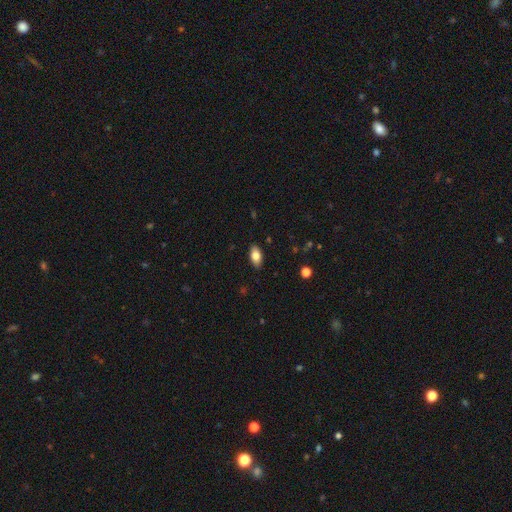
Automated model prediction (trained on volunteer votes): smooth-or-featured: smooth: 81% | featured or disk: 12% | star or artifact: 7%
  how-rounded: in between: 91% | cigar-shaped: 5% | round: 4%
  merging: none: 88% | minor disturbance: 9% | major disturbance: 2% | merger: 1%